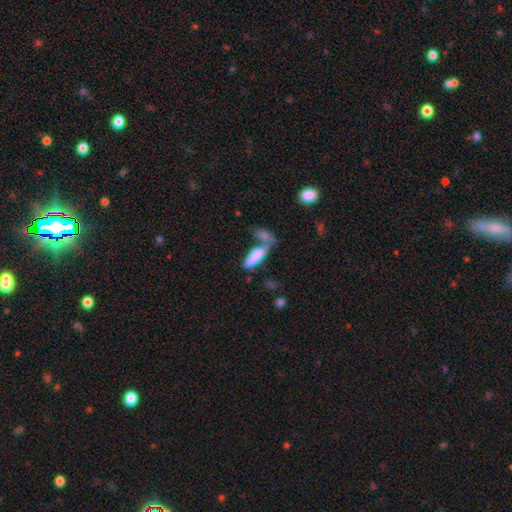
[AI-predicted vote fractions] Morphology: type=smooth (74%); roundness=cigar-shaped (54%); merging=merger (45%).